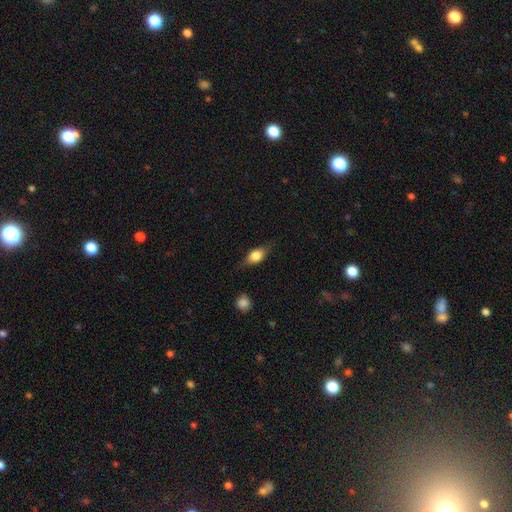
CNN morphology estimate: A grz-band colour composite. It shows a smooth galaxy with no disk features (68%) that is in between round and cigar-shaped (74%). Merging: none (73%).